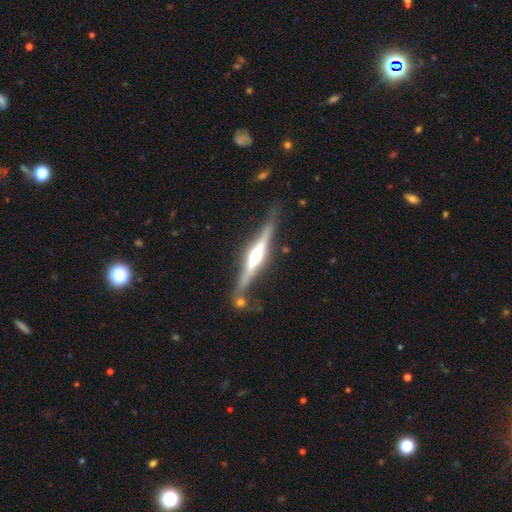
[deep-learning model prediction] smooth_or_featured: featured or disk (p=0.78) [alt: smooth p=0.17]
disk_edge_on: yes (p=0.97) [alt: no p=0.03]
edge_on_bulge: rounded (p=0.79) [alt: boxy p=0.15]
merging: none (p=0.73) [alt: minor disturbance p=0.16]